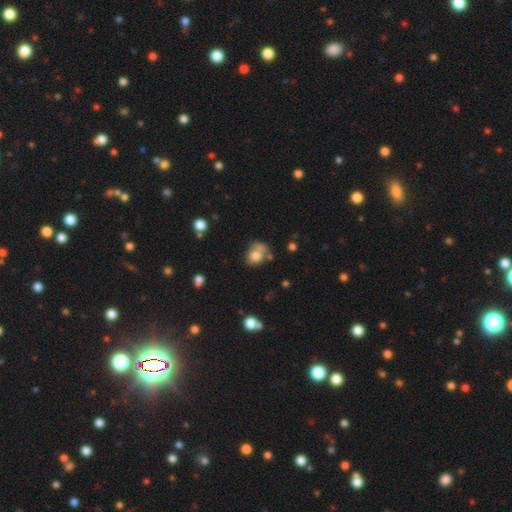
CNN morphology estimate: A smooth galaxy with no disk features (71%) that is round (53%). Merging: none (39%).